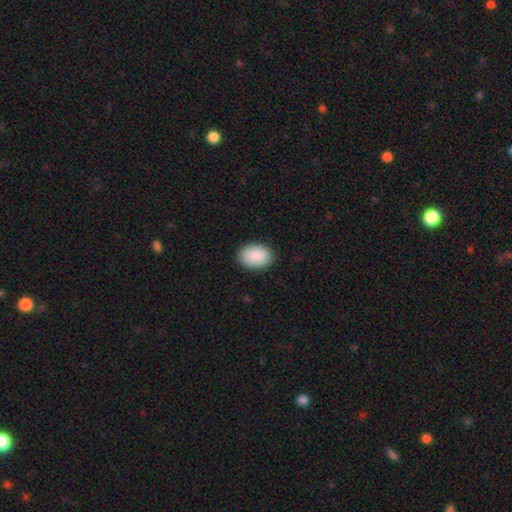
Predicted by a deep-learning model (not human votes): Morphology: type=smooth (91%); roundness=in between (82%); merging=none (89%).